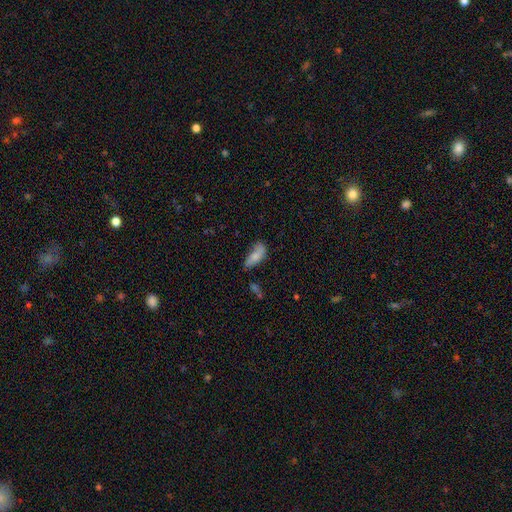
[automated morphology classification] type=smooth (76%); roundness=in between (77%); merging=none (43%).